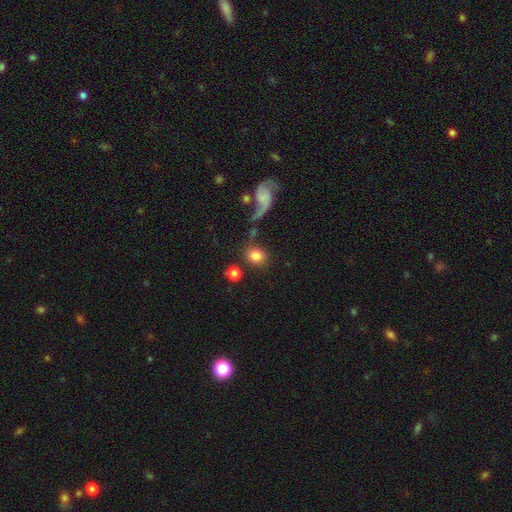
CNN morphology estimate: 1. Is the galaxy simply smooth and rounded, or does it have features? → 79% smooth, 13% featured or disk, 9% star or artifact.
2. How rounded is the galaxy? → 63% round, 35% in between, 2% cigar-shaped.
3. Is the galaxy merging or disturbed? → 69% none, 12% merger, 11% minor disturbance, 8% major disturbance.